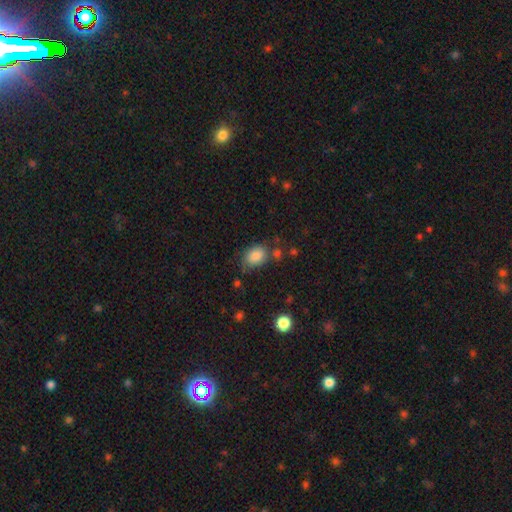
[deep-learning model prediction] smooth-or-featured: smooth: 86% | star or artifact: 9% | featured or disk: 6%
  how-rounded: in between: 74% | round: 25% | cigar-shaped: 1%
  merging: none: 65% | minor disturbance: 22% | merger: 7% | major disturbance: 7%